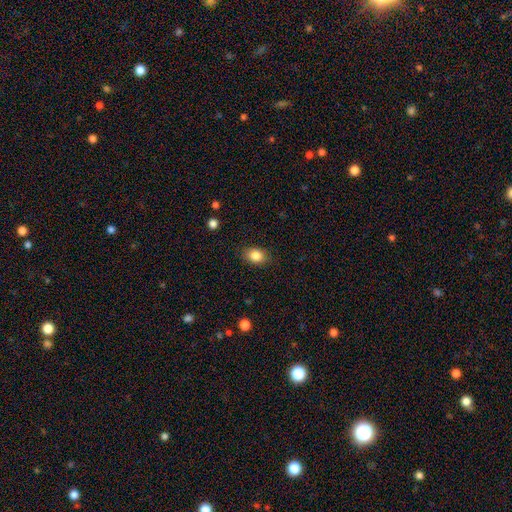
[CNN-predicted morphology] smooth 85%, star or artifact 9%, featured or disk 6%. Down the decision tree: how rounded — in between (68%); merging — none (84%).